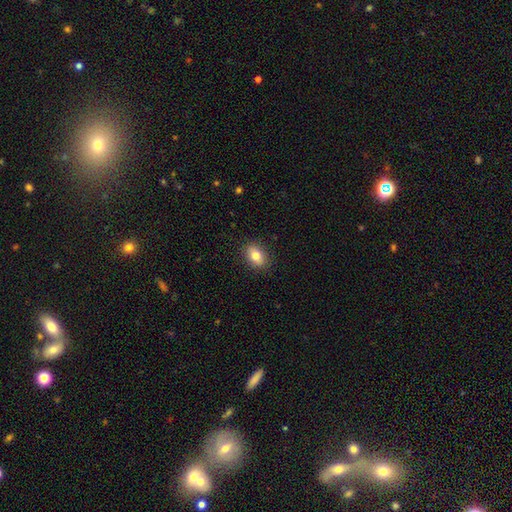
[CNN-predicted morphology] smooth 78%, featured or disk 14%, star or artifact 8%. Down the decision tree: how rounded — in between (77%); merging — none (88%).